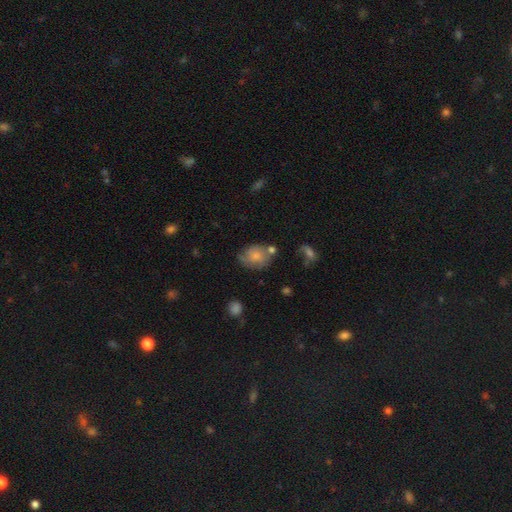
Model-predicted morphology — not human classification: type=smooth (67%); roundness=in between (51%); merging=none (51%).